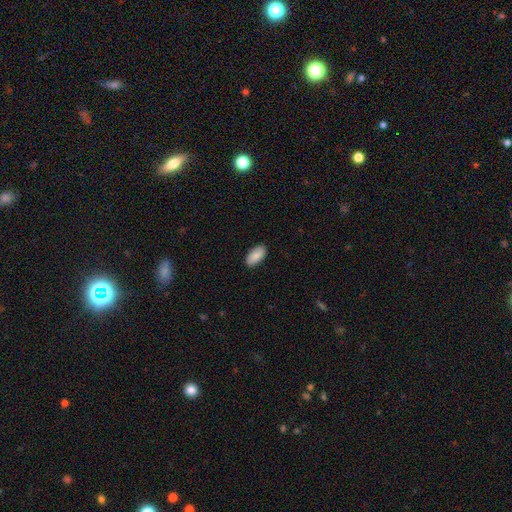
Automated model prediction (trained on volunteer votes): Q: Smooth or featured?
A: smooth (85%); runner-up: featured or disk (9%)
Q: How rounded?
A: in between (94%); runner-up: cigar-shaped (4%)
Q: Merging?
A: none (89%); runner-up: minor disturbance (9%)